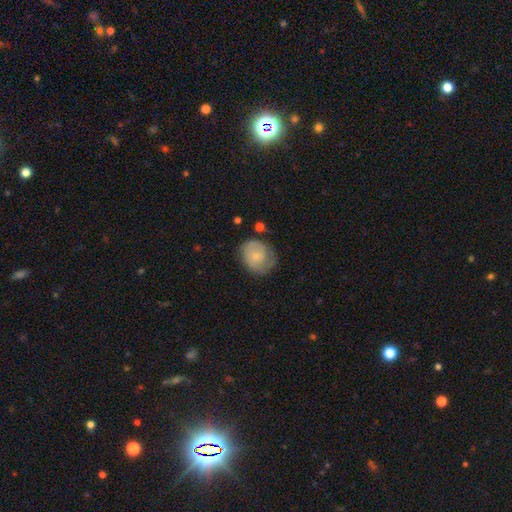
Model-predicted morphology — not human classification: Q: Smooth or featured?
A: smooth (49%); runner-up: featured or disk (44%)
Q: Merging?
A: none (55%); runner-up: minor disturbance (28%)